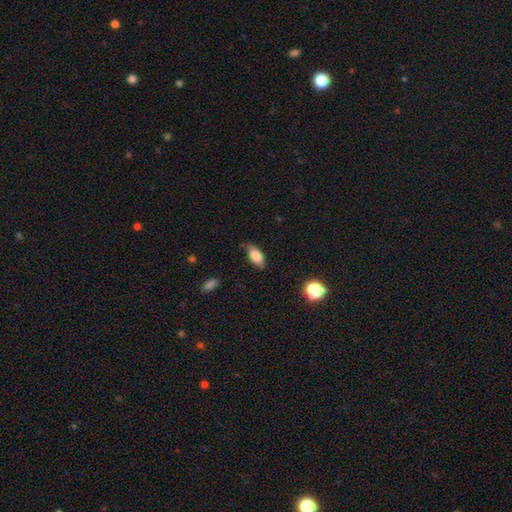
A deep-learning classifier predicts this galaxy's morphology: smooth_or_featured: smooth (p=0.80) [alt: featured or disk p=0.12]
how_rounded: in between (p=0.86) [alt: cigar-shaped p=0.10]
merging: none (p=0.78) [alt: minor disturbance p=0.17]